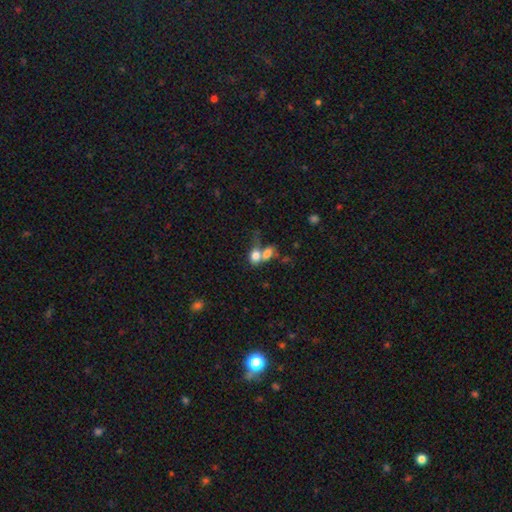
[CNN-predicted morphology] type=smooth (74%); roundness=in between (65%); merging=merger (69%).